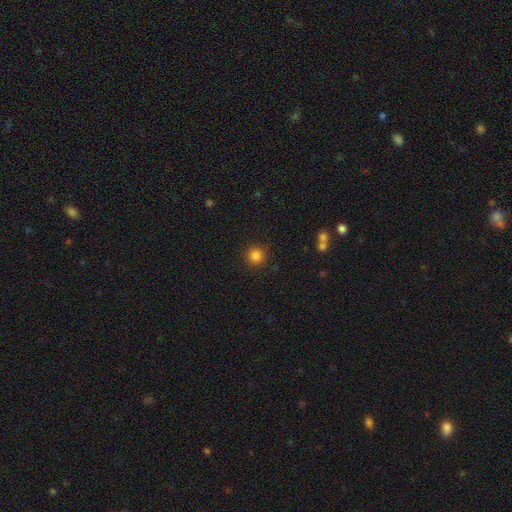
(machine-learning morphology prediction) smooth 84%, star or artifact 12%, featured or disk 4%. Down the decision tree: how rounded — round (94%); merging — none (90%).